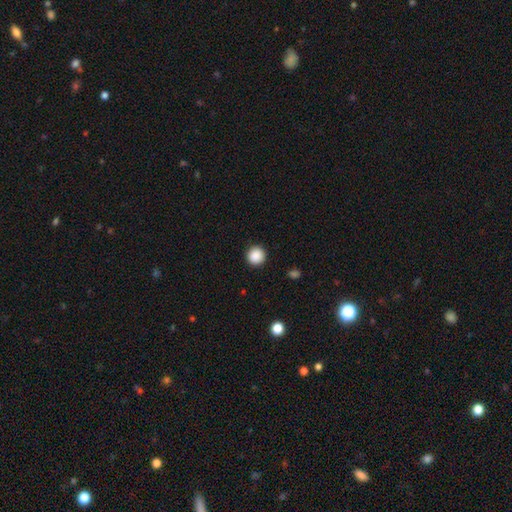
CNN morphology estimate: A smooth galaxy with no disk features (88%) that is round (95%).

Vote fractions:
- Smooth or featured? smooth: 88% / star or artifact: 9% / featured or disk: 2%
- How rounded? round: 95% / in between: 4% / cigar-shaped: 1%
- Merging? none: 92% / minor disturbance: 5% / major disturbance: 2% / merger: 1%